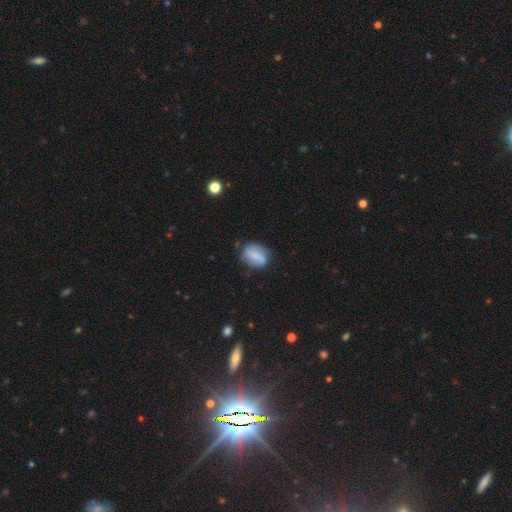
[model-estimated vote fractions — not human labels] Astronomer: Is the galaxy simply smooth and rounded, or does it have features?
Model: smooth — 62%.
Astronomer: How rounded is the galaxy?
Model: in between — 68%.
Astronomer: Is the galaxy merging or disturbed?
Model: none — 70%.